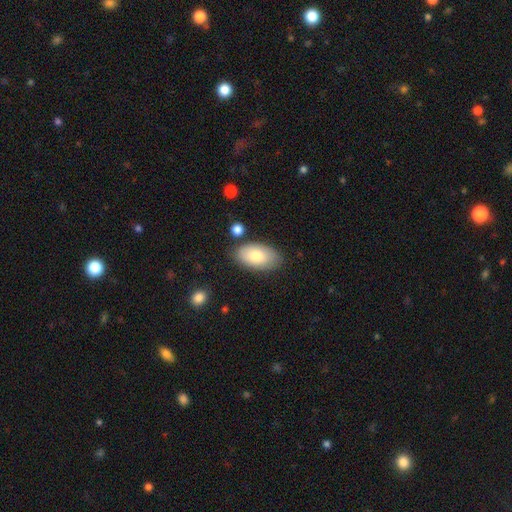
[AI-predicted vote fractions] Q: Smooth or featured?
A: smooth (80%); runner-up: featured or disk (13%)
Q: How rounded?
A: in between (95%); runner-up: round (4%)
Q: Merging?
A: none (77%); runner-up: minor disturbance (15%)